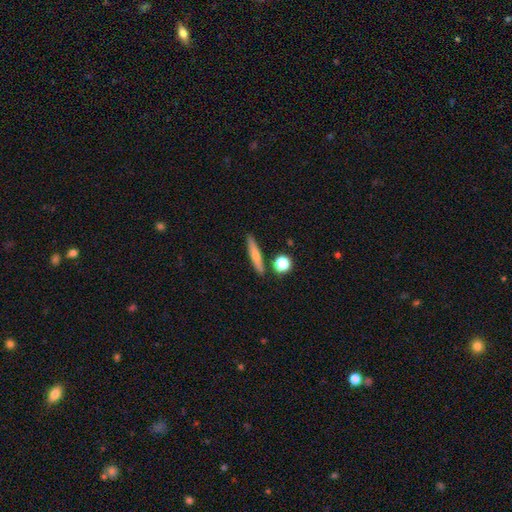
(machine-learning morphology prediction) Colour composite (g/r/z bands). It shows a smooth galaxy with no disk features (56%) that is cigar-shaped (83%). Merging: none (85%).